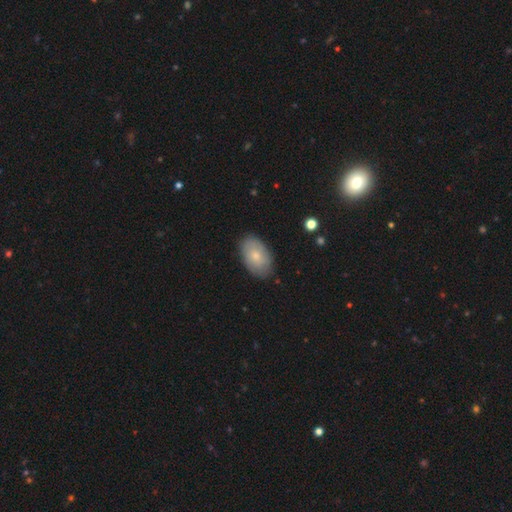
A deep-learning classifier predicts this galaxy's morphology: smooth-or-featured: smooth: 74% | featured or disk: 20% | star or artifact: 6%
  how-rounded: in between: 92% | round: 6% | cigar-shaped: 1%
  merging: none: 84% | minor disturbance: 12% | major disturbance: 3% | merger: 1%